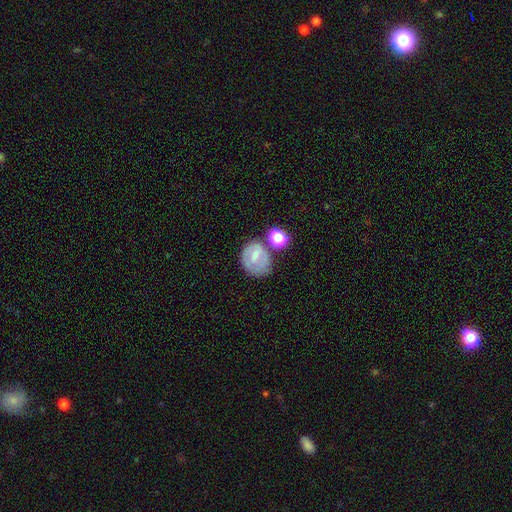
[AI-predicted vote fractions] The model was most divided on "smooth or featured": smooth: 49%, featured or disk: 41%, star or artifact: 10%. More confident: merging — none (51%).